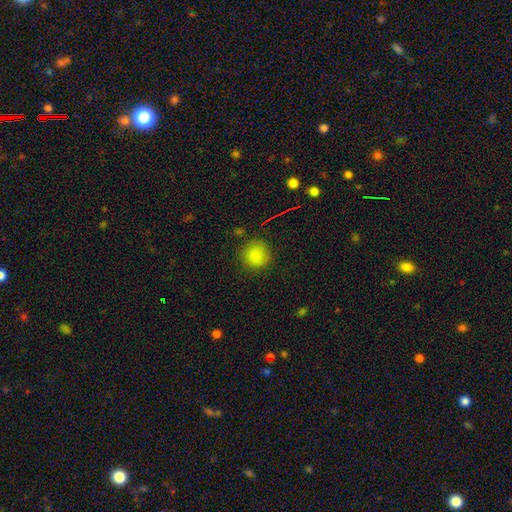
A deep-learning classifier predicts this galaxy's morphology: Q: Smooth or featured?
A: smooth (81%); runner-up: star or artifact (14%)
Q: How rounded?
A: round (91%); runner-up: in between (8%)
Q: Merging?
A: none (84%); runner-up: minor disturbance (10%)